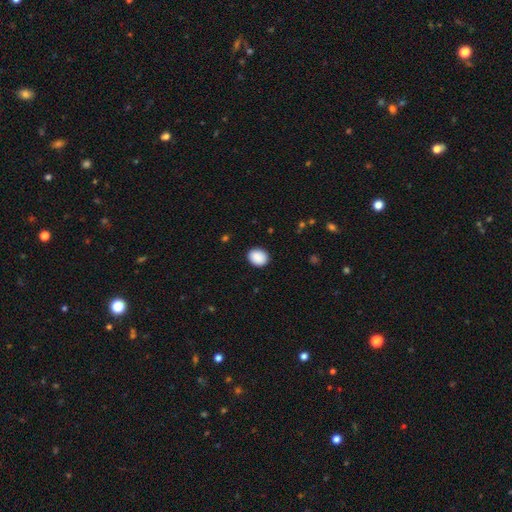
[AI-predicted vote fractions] Smooth or featured? smooth (90%)
How rounded? round (53%)
Merging? none (89%)